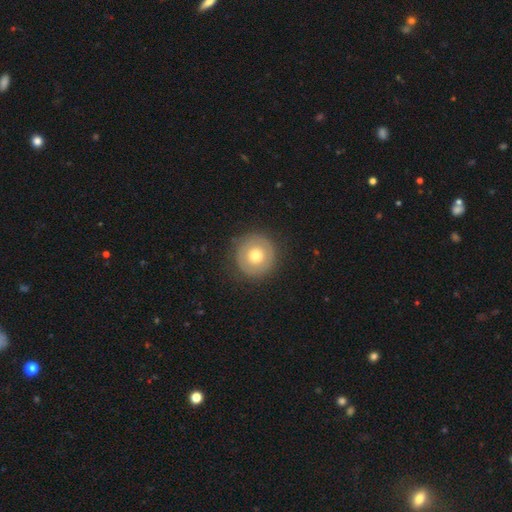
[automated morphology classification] This is possibly a smooth galaxy (58%). How rounded: clearly round (96%). Merging: clearly none (86%).